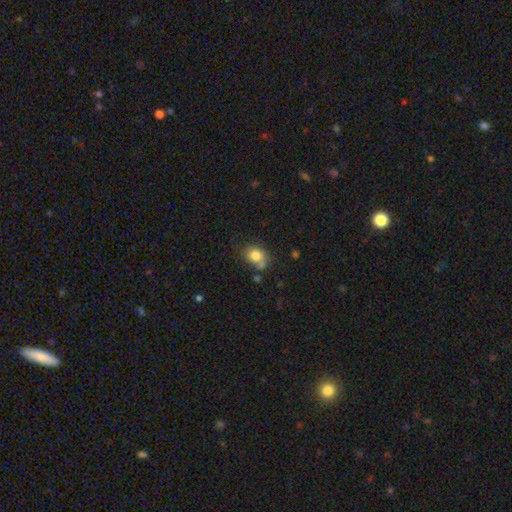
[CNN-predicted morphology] smooth_or_featured: smooth (p=0.81) [alt: featured or disk p=0.10]
how_rounded: in between (p=0.51) [alt: round p=0.48]
merging: none (p=0.51) [alt: minor disturbance p=0.26]